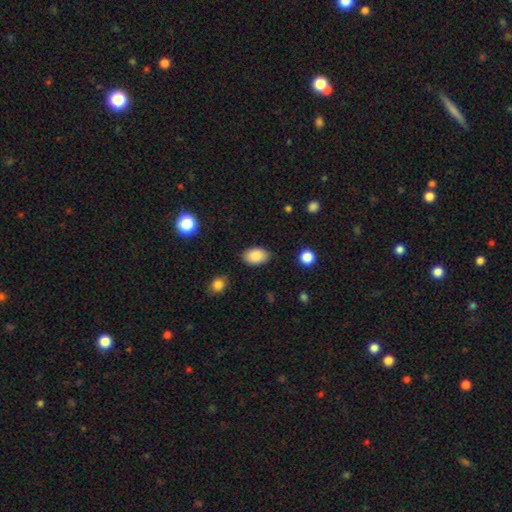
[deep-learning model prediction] smooth_or_featured: smooth (p=0.87) [alt: star or artifact p=0.08]
how_rounded: in between (p=0.89) [alt: round p=0.10]
merging: none (p=0.85) [alt: minor disturbance p=0.11]